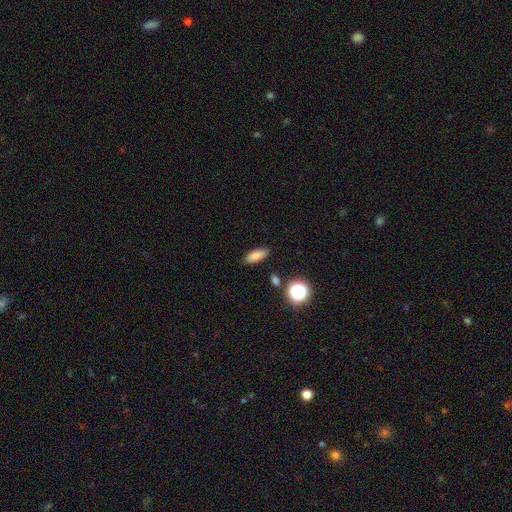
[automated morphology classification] A smooth galaxy with no disk features (81%) that is in between round and cigar-shaped (69%). Merging: none (86%).